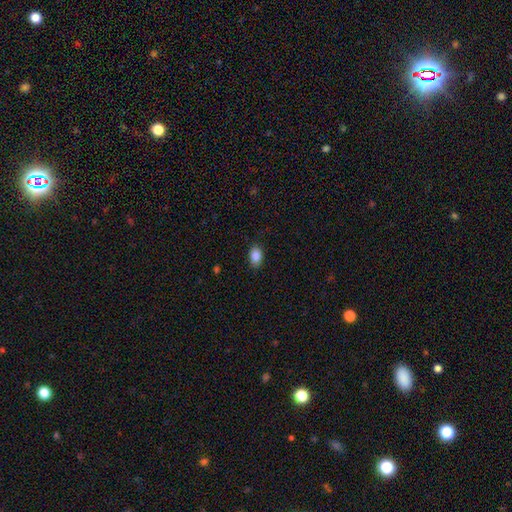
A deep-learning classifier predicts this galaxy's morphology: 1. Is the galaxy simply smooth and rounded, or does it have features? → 87% smooth, 8% star or artifact, 4% featured or disk.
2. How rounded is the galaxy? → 84% in between, 15% round, 1% cigar-shaped.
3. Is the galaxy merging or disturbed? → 86% none, 11% minor disturbance, 3% major disturbance, 1% merger.